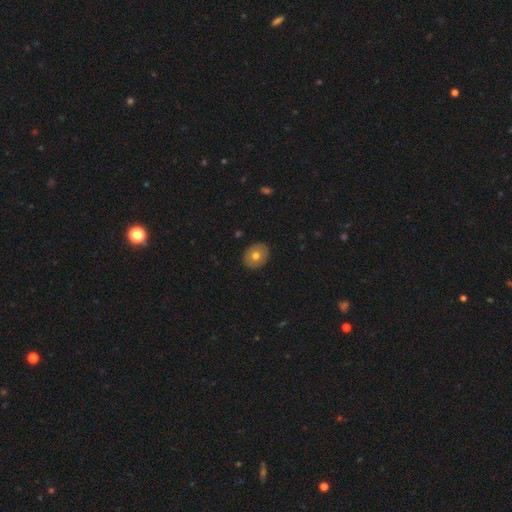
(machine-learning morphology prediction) The model was most divided on "how rounded": round: 57%, in between: 42%, cigar-shaped: 1%. More confident: merging — none (90%); smooth or featured — smooth (70%).